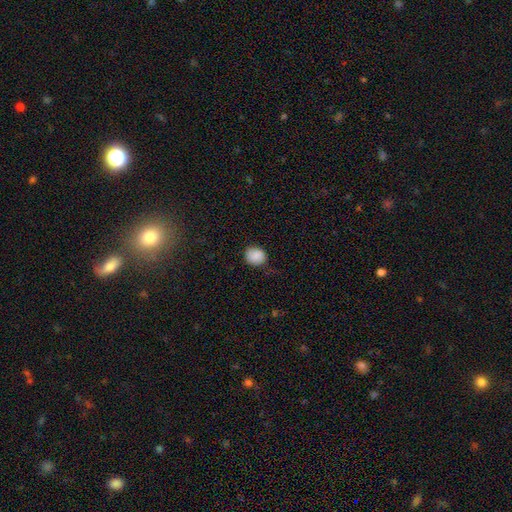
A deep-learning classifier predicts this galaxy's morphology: Smooth or featured? Predicted: smooth (p=0.86). How rounded? Predicted: round (p=0.69). Merging? Predicted: none (p=0.76).